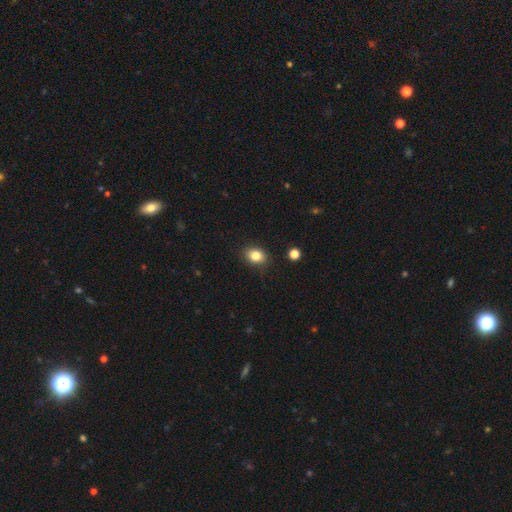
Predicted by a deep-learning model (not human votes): Overall: smooth (83%). How rounded: in between (63%; round 36%). Merging: none (86%).